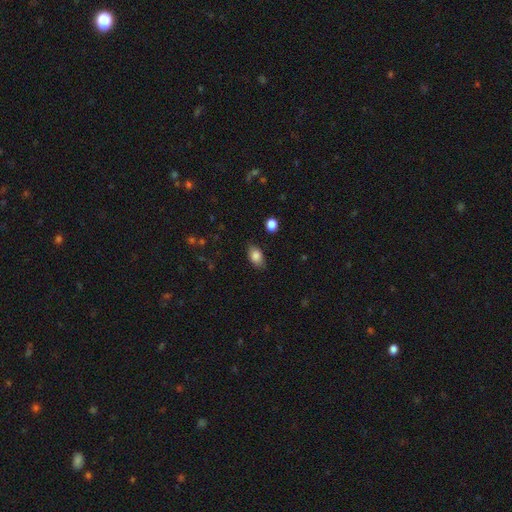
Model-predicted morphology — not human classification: This is clearly a smooth galaxy (83%). How rounded: clearly in between (87%). Merging: likely none (79%).